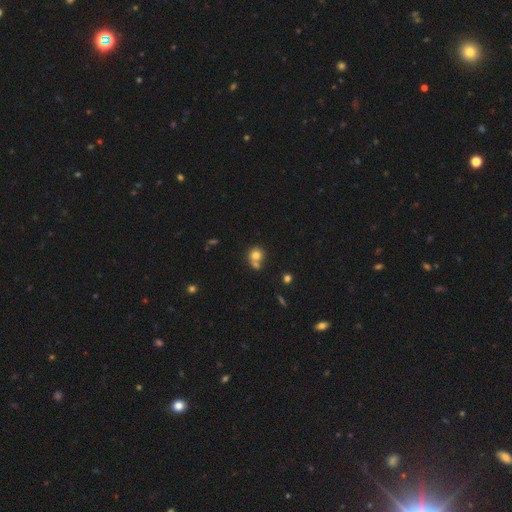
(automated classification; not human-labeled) This appears to be a smooth galaxy with no disk features (77%) that is round (84%). Merging: none (45%).